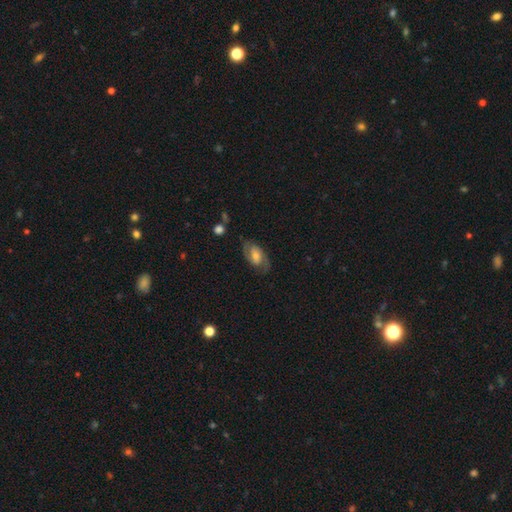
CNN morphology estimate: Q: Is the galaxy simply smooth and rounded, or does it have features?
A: featured or disk — 74%.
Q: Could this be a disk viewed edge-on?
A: no — 96%.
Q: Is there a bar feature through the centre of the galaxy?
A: weak — 45%.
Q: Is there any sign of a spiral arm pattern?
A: yes — 93%.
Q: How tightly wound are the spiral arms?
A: medium — 51%.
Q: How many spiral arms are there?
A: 2 — 89%.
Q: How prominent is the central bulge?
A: moderate — 49%.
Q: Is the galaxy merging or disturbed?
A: none — 75%.